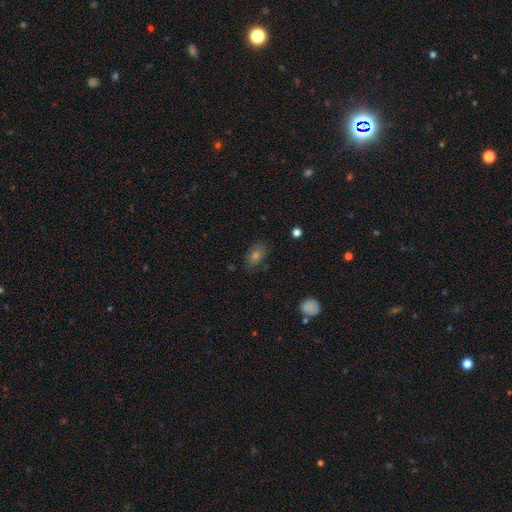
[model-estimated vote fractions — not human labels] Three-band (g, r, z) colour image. It shows a smooth galaxy with no disk features (61%) that is in between round and cigar-shaped (77%). Merging: none (81%).